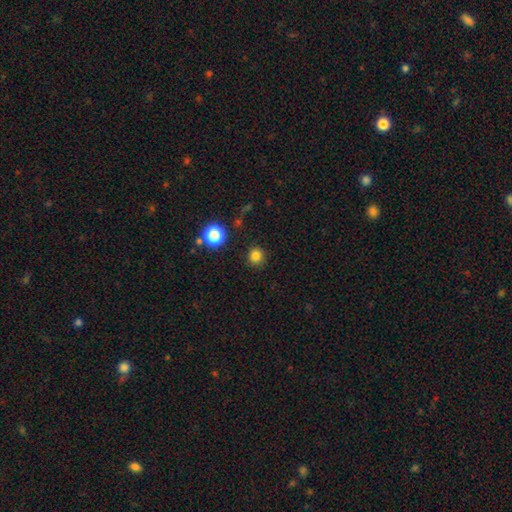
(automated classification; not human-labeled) Q: Smooth or featured?
A: smooth (81%); runner-up: star or artifact (15%)
Q: How rounded?
A: round (93%); runner-up: in between (6%)
Q: Merging?
A: none (90%); runner-up: minor disturbance (6%)